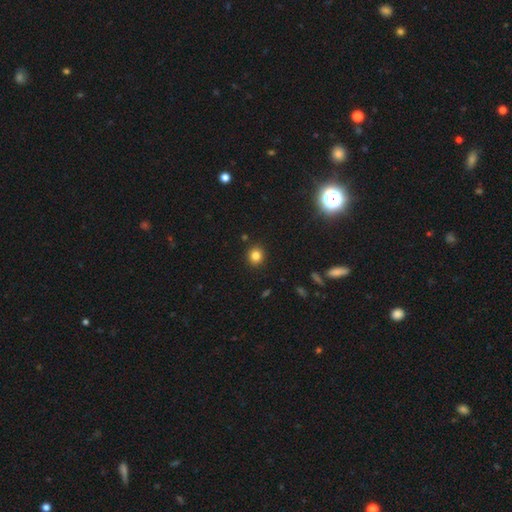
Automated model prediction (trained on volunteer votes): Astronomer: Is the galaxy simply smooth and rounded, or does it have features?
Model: smooth — 82%.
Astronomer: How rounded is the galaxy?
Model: round — 87%.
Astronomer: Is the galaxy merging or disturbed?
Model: none — 91%.